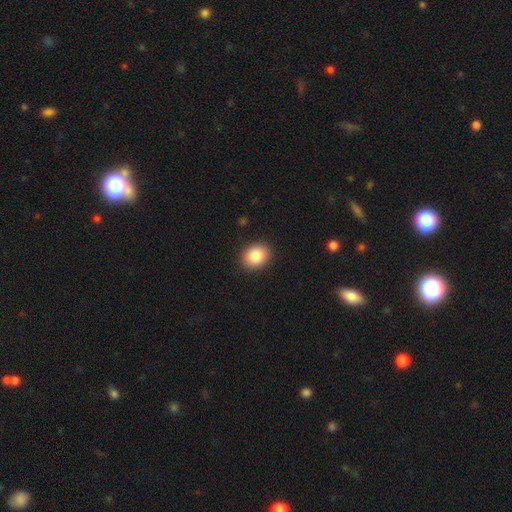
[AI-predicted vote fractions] A smooth galaxy with no disk features (86%) that is round (55%).

Vote fractions:
- Smooth or featured? smooth: 86% / star or artifact: 8% / featured or disk: 6%
- How rounded? round: 55% / in between: 44% / cigar-shaped: 1%
- Merging? none: 90% / minor disturbance: 7% / major disturbance: 2% / merger: 1%